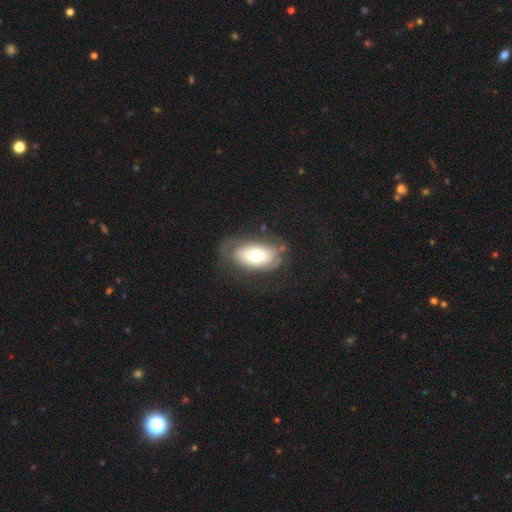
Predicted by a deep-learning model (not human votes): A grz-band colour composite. It shows a smooth galaxy with no disk features (53%) that is in between round and cigar-shaped (91%). Merging: none (57%).